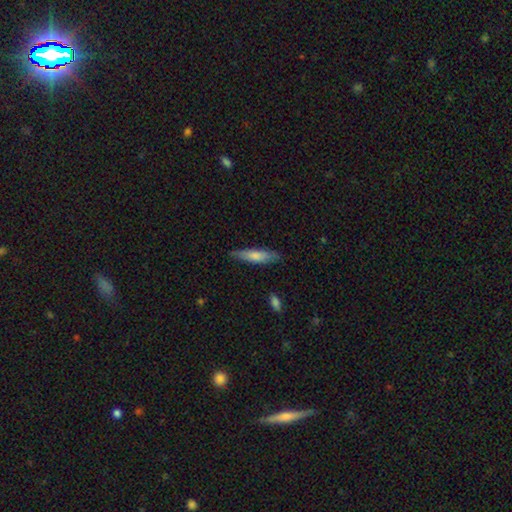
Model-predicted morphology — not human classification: A smooth galaxy with no disk features (71%) that is cigar-shaped (74%).

Vote fractions:
- Smooth or featured? smooth: 71% / featured or disk: 24% / star or artifact: 5%
- How rounded? cigar-shaped: 74% / in between: 24% / round: 2%
- Merging? none: 80% / minor disturbance: 16% / major disturbance: 3% / merger: 2%